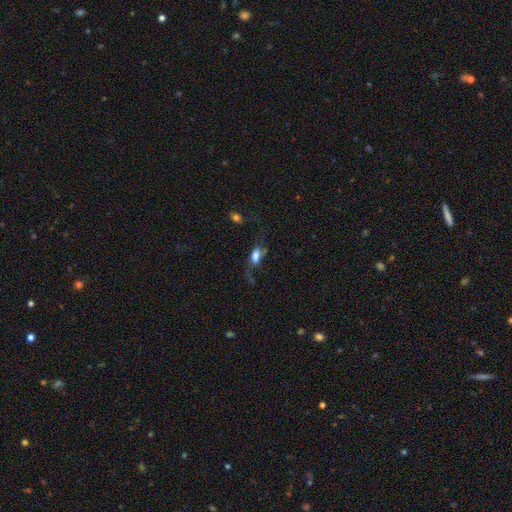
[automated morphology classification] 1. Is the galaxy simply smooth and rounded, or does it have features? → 62% smooth, 28% featured or disk, 11% star or artifact.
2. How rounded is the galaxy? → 80% in between, 12% cigar-shaped, 8% round.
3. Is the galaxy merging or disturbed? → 37% none, 35% major disturbance, 21% minor disturbance, 7% merger.